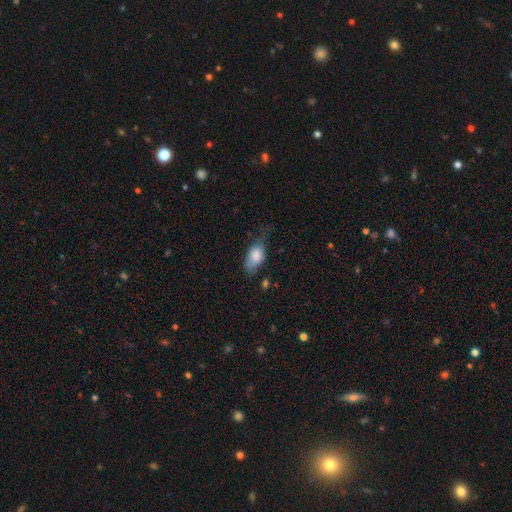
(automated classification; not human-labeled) Smooth or featured: smooth — 79% (featured or disk — 14%)
How rounded: in between — 89% (cigar-shaped — 6%)
Merging: none — 39% (minor disturbance — 38%)